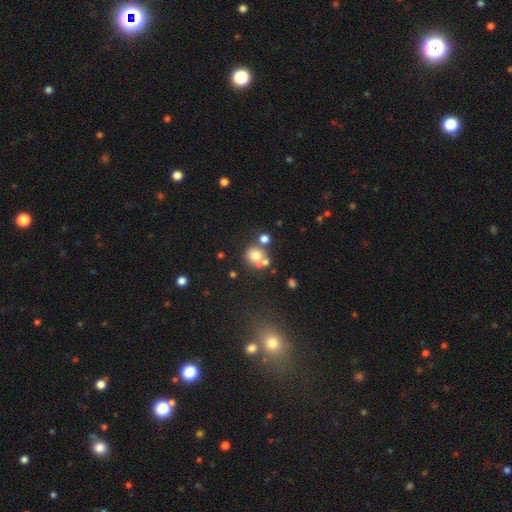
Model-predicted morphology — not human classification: Q: Smooth or featured?
A: smooth (71%); runner-up: featured or disk (15%)
Q: How rounded?
A: round (84%); runner-up: in between (15%)
Q: Merging?
A: none (51%); runner-up: merger (33%)